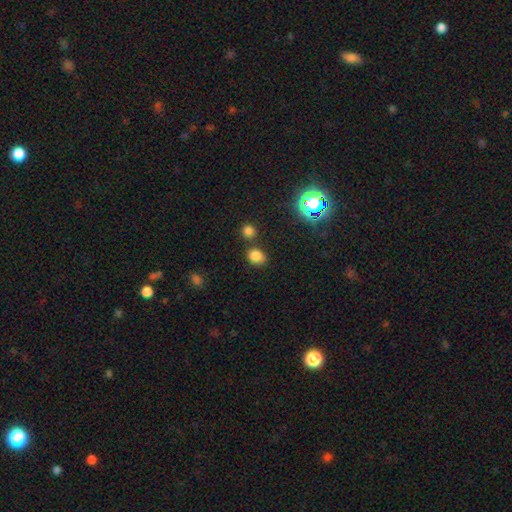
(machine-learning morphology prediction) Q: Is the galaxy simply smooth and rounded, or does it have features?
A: smooth — 79%.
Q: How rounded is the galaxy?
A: in between — 53%.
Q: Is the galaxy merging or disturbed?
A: none — 70%.